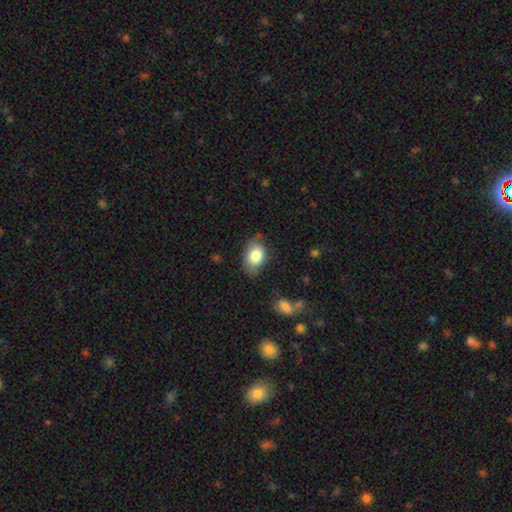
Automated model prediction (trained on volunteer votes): This is clearly a smooth galaxy (83%). How rounded: clearly in between (82%). Merging: likely none (66%).